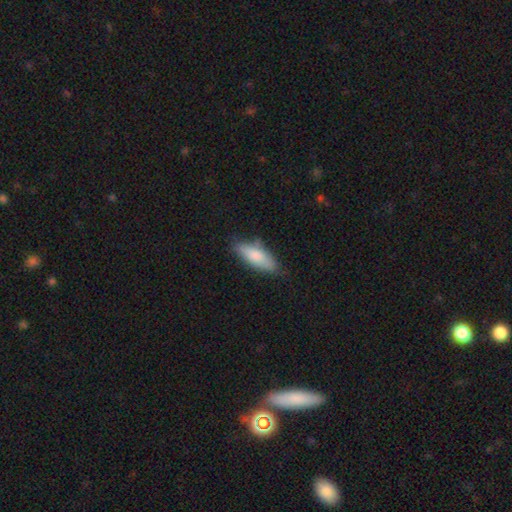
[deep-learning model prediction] smooth_or_featured: smooth (p=0.81) [alt: featured or disk p=0.13]
how_rounded: in between (p=0.68) [alt: cigar-shaped p=0.30]
merging: none (p=0.70) [alt: minor disturbance p=0.23]